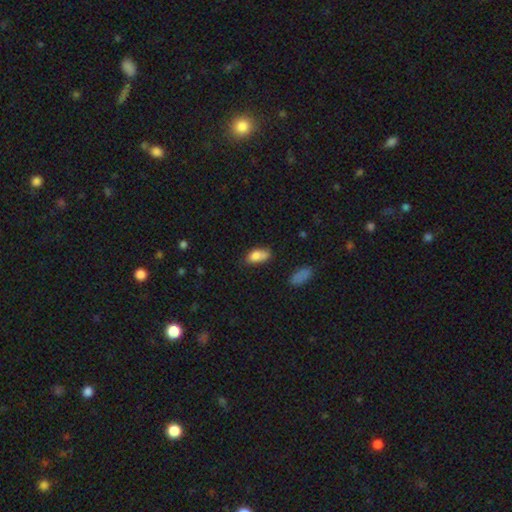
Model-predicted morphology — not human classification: This appears to be a smooth galaxy with no disk features (79%) that is in between round and cigar-shaped (86%). Merging: none (47%).